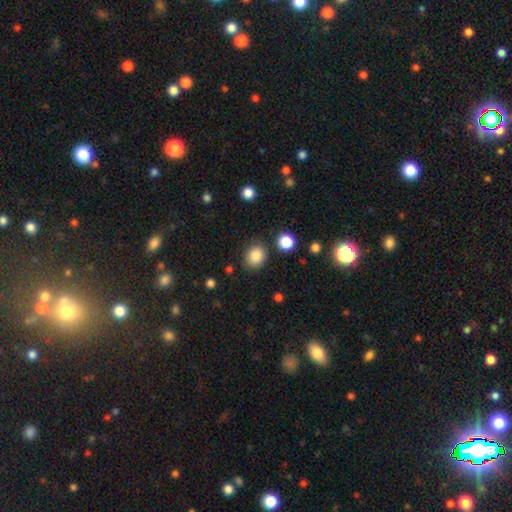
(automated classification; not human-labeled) A smooth galaxy with no disk features (86%) that is round (63%). Merging: none (80%).